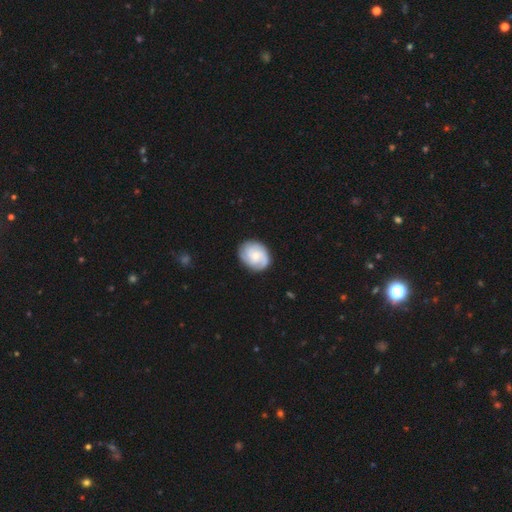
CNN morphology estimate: smooth-or-featured: featured or disk: 65% | smooth: 29% | star or artifact: 6%
  disk-edge-on: no: 98% | yes: 2%
    bar: no: 72% | weak: 25% | strong: 3%
    has-spiral-arms: yes: 94% | no: 6%
      spiral-winding: tight: 53% | medium: 35% | loose: 12%
      spiral-arm-count: 3: 41% | can't tell: 21% | 2: 18% | 4: 10% | 1: 5% | more than 4: 4%
    bulge-size: small: 52% | moderate: 41% | none: 3% | large: 3% | dominant: 1%
  merging: none: 80% | minor disturbance: 14% | major disturbance: 4% | merger: 1%